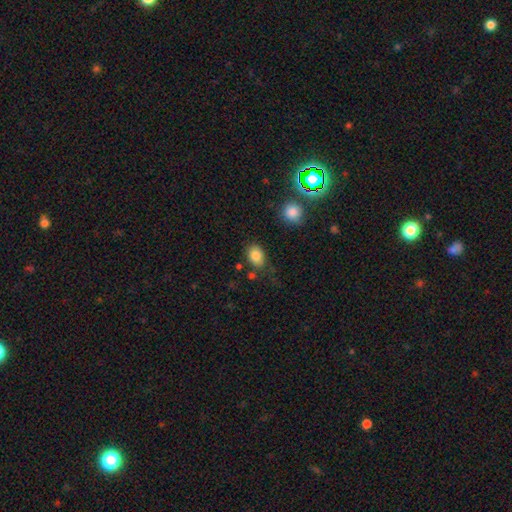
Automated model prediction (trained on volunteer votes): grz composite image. It shows a smooth galaxy with no disk features (84%) that is in between round and cigar-shaped (71%). Merging: none (73%).